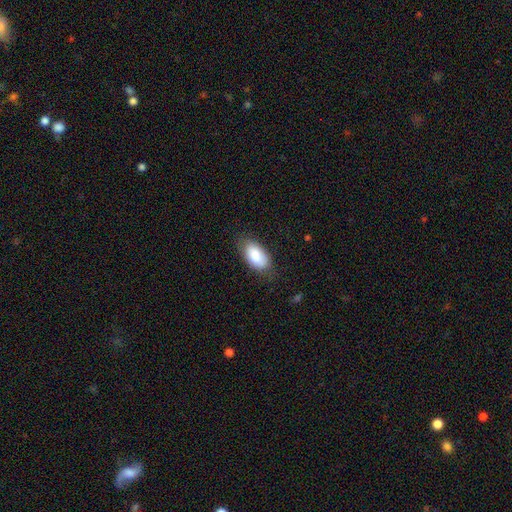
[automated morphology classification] A smooth galaxy with no disk features (84%) that is in between round and cigar-shaped (94%).

Vote fractions:
- Smooth or featured? smooth: 84% / featured or disk: 10% / star or artifact: 6%
- How rounded? in between: 94% / round: 3% / cigar-shaped: 3%
- Merging? none: 73% / minor disturbance: 21% / major disturbance: 5% / merger: 1%